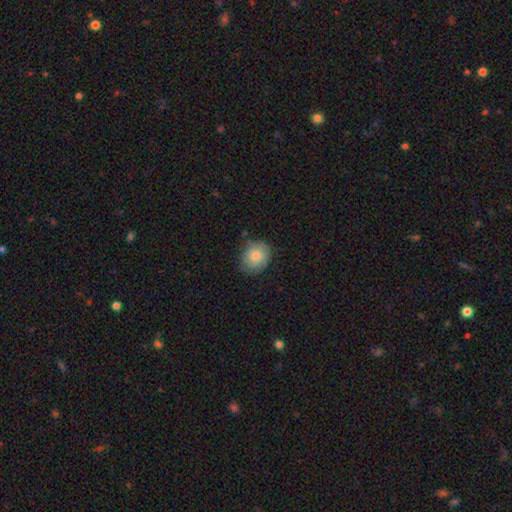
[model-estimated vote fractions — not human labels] This appears to be a smooth galaxy with no disk features (78%) that is round (76%). Merging: none (76%).